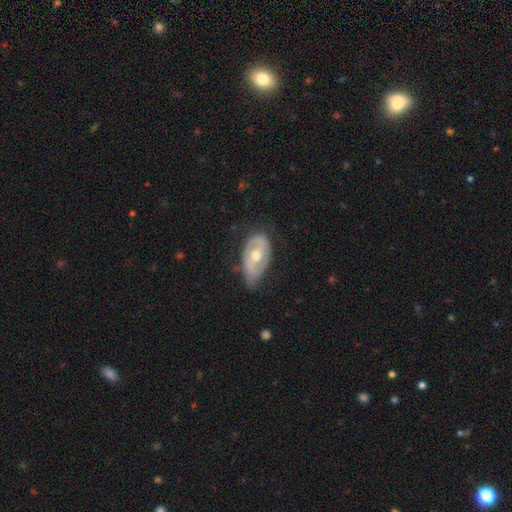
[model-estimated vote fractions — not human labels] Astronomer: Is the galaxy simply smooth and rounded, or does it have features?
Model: featured or disk — 62%.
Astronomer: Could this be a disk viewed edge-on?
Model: no — 90%.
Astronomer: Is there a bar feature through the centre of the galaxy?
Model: no — 63%.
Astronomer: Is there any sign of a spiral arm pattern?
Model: no — 53% (runner-up: yes, 47%).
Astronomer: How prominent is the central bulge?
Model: moderate — 71%.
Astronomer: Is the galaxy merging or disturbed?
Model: none — 45% (runner-up: minor disturbance, 40%).